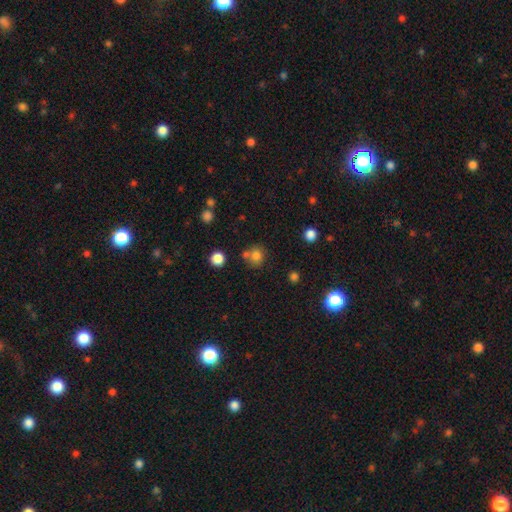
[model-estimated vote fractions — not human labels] The model was most divided on "merging": none: 63%, merger: 22%, minor disturbance: 10%, major disturbance: 4%. More confident: how rounded — round (85%); smooth or featured — smooth (78%).